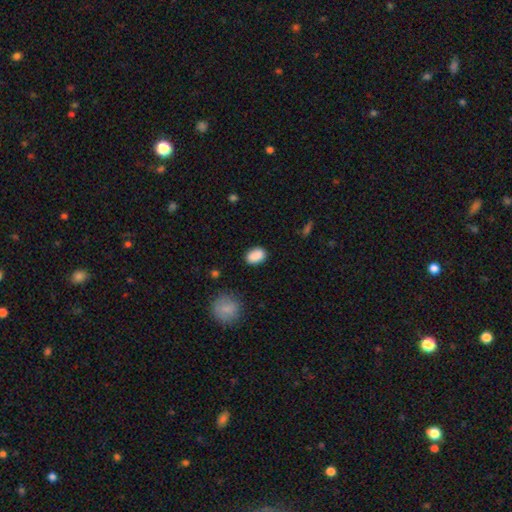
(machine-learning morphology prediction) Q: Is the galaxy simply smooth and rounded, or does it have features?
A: smooth — 88%.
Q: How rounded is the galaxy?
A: in between — 83%.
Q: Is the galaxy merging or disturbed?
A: none — 82%.